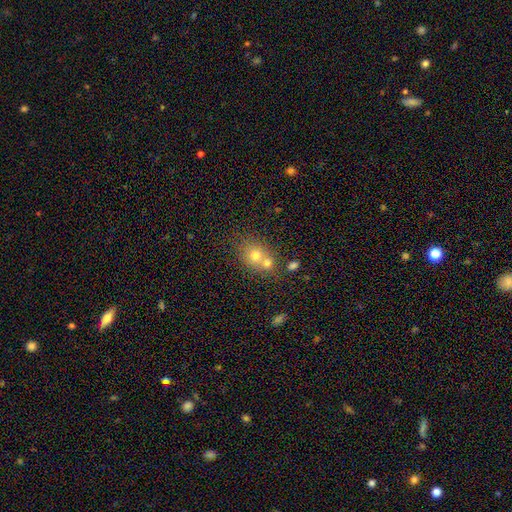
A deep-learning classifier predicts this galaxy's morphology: Smooth or featured?
  - smooth: 68% *
  - featured or disk: 19%
  - star or artifact: 13%
How rounded?
  - round: 67% *
  - in between: 31%
  - cigar-shaped: 1%
Merging?
  - merger: 53% *
  - none: 36%
  - minor disturbance: 8%
  - major disturbance: 3%